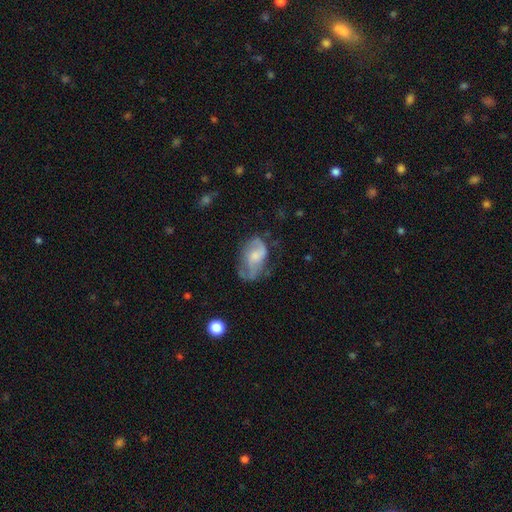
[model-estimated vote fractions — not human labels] smooth_or_featured: featured or disk (p=0.57) [alt: smooth p=0.35]
disk_edge_on: no (p=0.95) [alt: yes p=0.05]
bar: no (p=0.62) [alt: weak p=0.32]
has_spiral_arms: yes (p=0.72) [alt: no p=0.28]
bulge_size: moderate (p=0.37) [alt: small p=0.31]
merging: none (p=0.41) [alt: minor disturbance p=0.29]